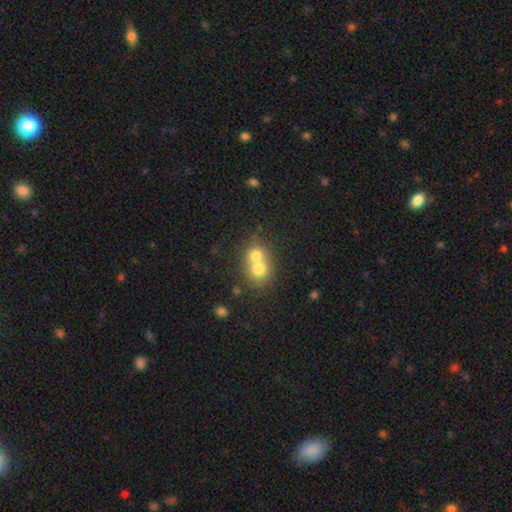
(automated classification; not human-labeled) smooth 72%, featured or disk 17%, star or artifact 10%. Down the decision tree: how rounded — round (75%); merging — merger (70%).